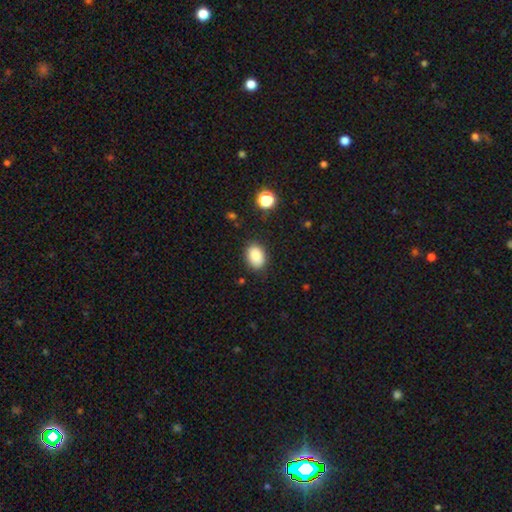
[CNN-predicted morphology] This is clearly a smooth galaxy (87%). How rounded: likely in between (77%). Merging: clearly none (84%).